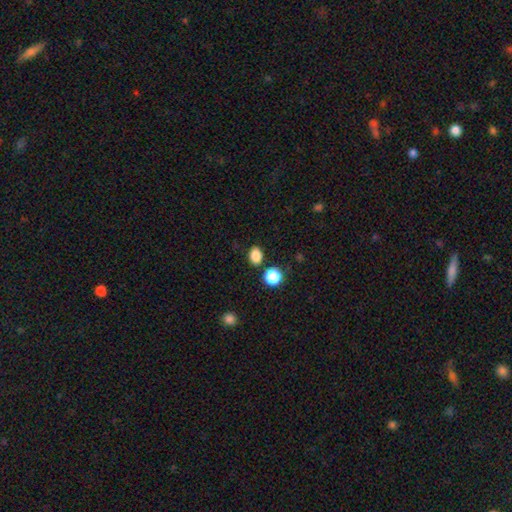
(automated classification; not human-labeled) This appears to be a smooth galaxy with no disk features (85%) that is in between round and cigar-shaped (61%). Merging: none (83%).